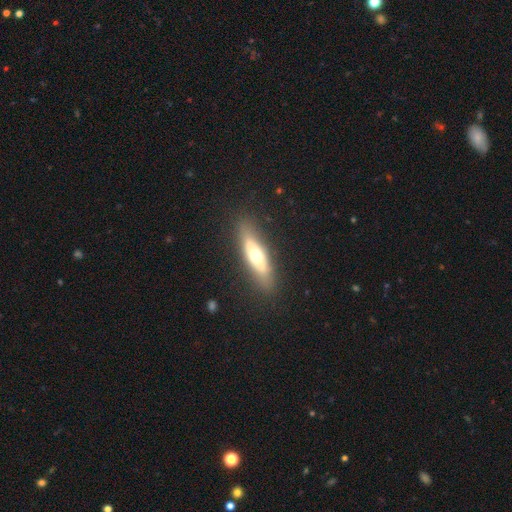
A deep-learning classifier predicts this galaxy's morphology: smooth 48%, featured or disk 46%, star or artifact 6%. Down the decision tree: merging — none (83%).